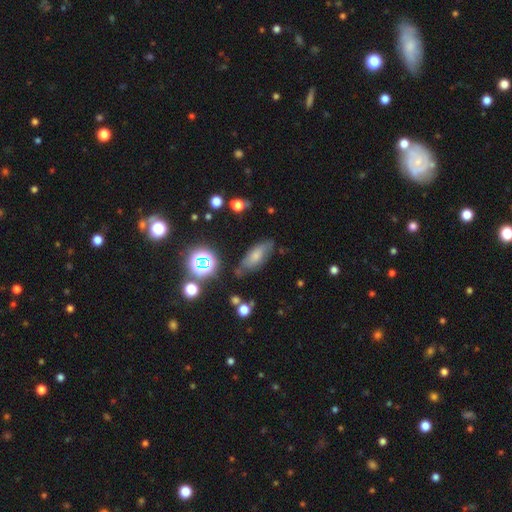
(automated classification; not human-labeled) Morphology: type=smooth (64%); roundness=in between (71%); merging=none (66%).